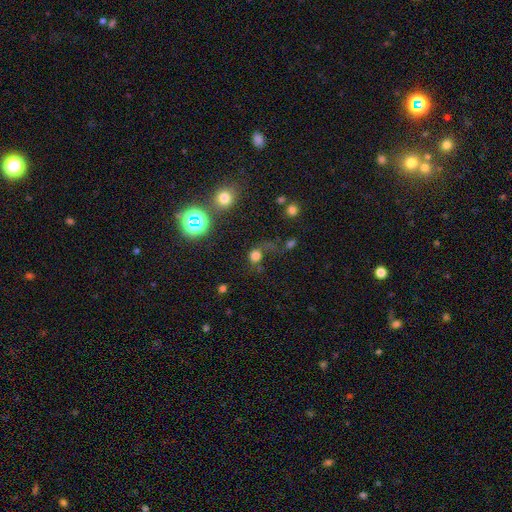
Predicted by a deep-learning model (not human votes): smooth-or-featured: smooth: 66% | star or artifact: 24% | featured or disk: 10%
  how-rounded: round: 77% | in between: 22% | cigar-shaped: 1%
  merging: none: 44% | major disturbance: 28% | minor disturbance: 17% | merger: 11%